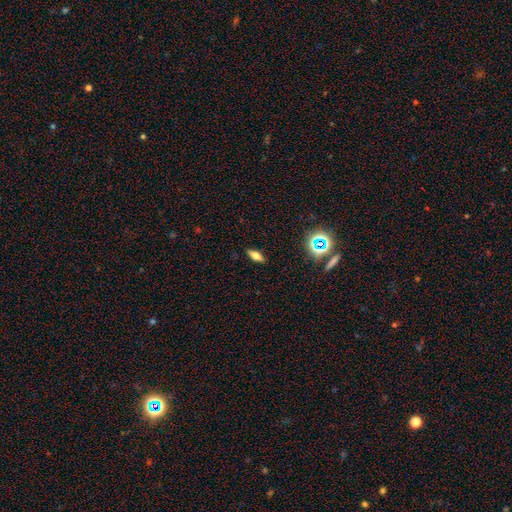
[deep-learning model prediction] smooth_or_featured: smooth (p=0.61) [alt: featured or disk p=0.25]
how_rounded: in between (p=0.66) [alt: cigar-shaped p=0.29]
merging: none (p=0.88) [alt: minor disturbance p=0.09]